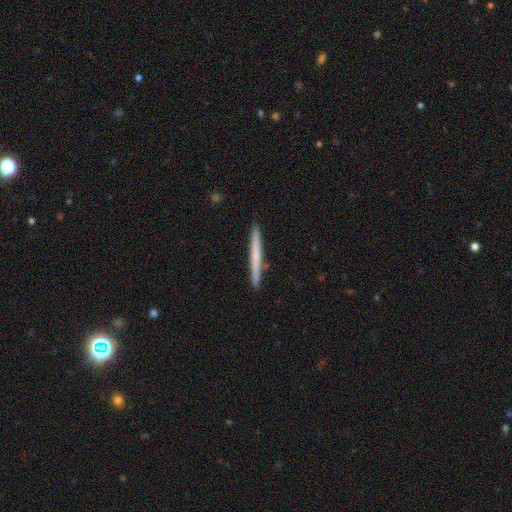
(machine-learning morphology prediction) Smooth or featured? Predicted: smooth (p=0.55). How rounded? Predicted: cigar-shaped (p=0.97). Merging? Predicted: none (p=0.92).